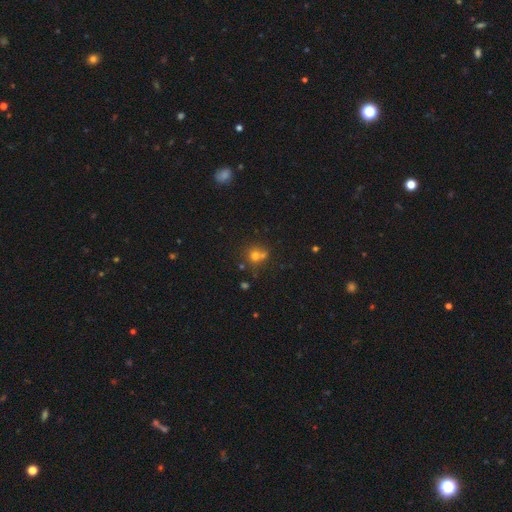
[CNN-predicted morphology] A smooth galaxy with no disk features (67%) that is round (84%).

Vote fractions:
- Smooth or featured? smooth: 67% / star or artifact: 19% / featured or disk: 14%
- How rounded? round: 84% / in between: 15% / cigar-shaped: 1%
- Merging? none: 51% / merger: 33% / minor disturbance: 11% / major disturbance: 5%